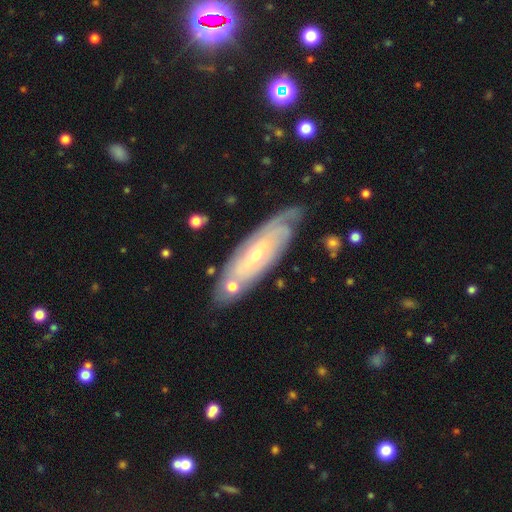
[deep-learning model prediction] The model was most divided on "bulge size": small: 69%, moderate: 28%, large: 1%, none: 1%, dominant: 1%. More confident: spiral arms — yes (89%); edge-on disk — no (82%); smooth or featured — featured or disk (78%); spiral winding — tight (77%); bar — no (74%); merging — none (71%); spiral arm count — can't tell (59%).